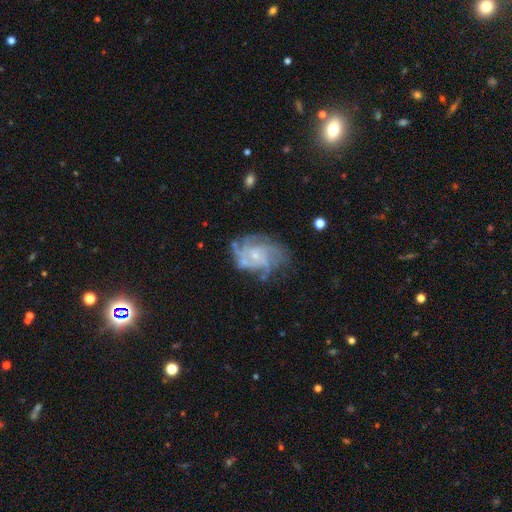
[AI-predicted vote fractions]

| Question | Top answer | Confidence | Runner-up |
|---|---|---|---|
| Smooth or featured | featured or disk | 84% | smooth (9%) |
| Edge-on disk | no | 98% | yes (2%) |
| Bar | no | 76% | weak (21%) |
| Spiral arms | yes | 94% | no (6%) |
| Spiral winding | tight | 49% | medium (38%) |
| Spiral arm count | can't tell | 26% | tied: 4 (26%) |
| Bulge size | small | 74% | moderate (19%) |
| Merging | none | 63% | minor disturbance (21%) |